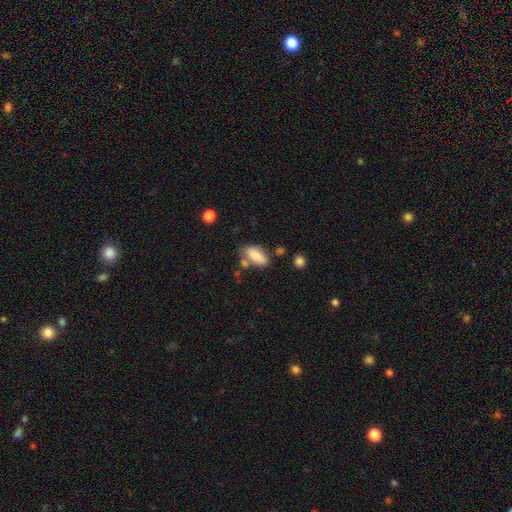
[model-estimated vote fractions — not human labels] smooth-or-featured: smooth: 83% | featured or disk: 9% | star or artifact: 7%
  how-rounded: in between: 90% | cigar-shaped: 7% | round: 3%
  merging: none: 60% | minor disturbance: 19% | merger: 15% | major disturbance: 6%